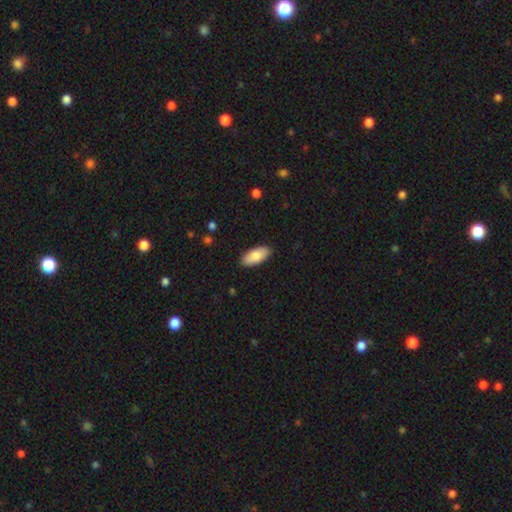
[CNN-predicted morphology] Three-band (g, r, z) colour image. It shows a smooth galaxy with no disk features (84%) that is in between round and cigar-shaped (88%). Merging: none (88%).